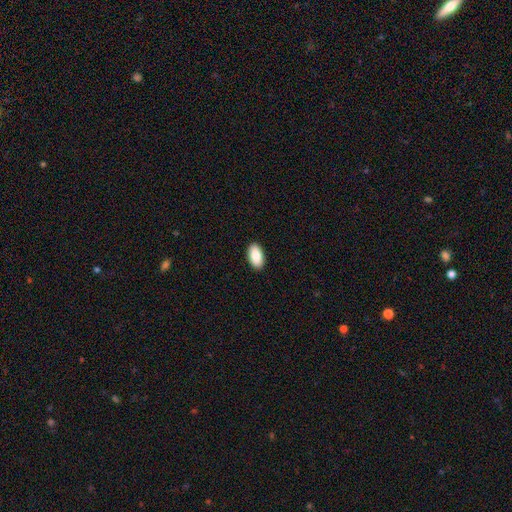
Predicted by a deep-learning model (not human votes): Morphology: type=smooth (88%); roundness=in between (95%); merging=none (91%).